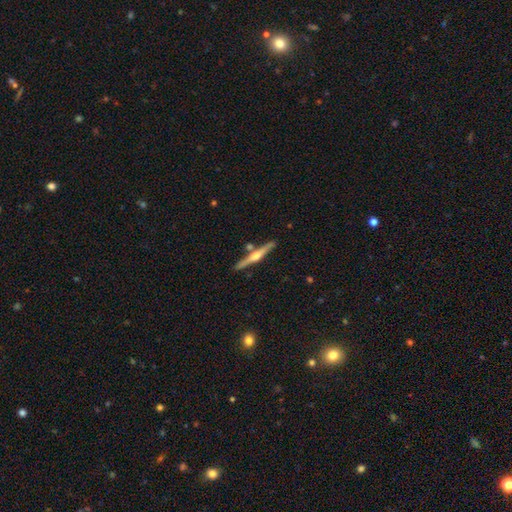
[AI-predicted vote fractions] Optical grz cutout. It shows a featured or disk galaxy (75%) viewed edge-on (98%) with a rounded central bulge (90%). Merging: none (84%).